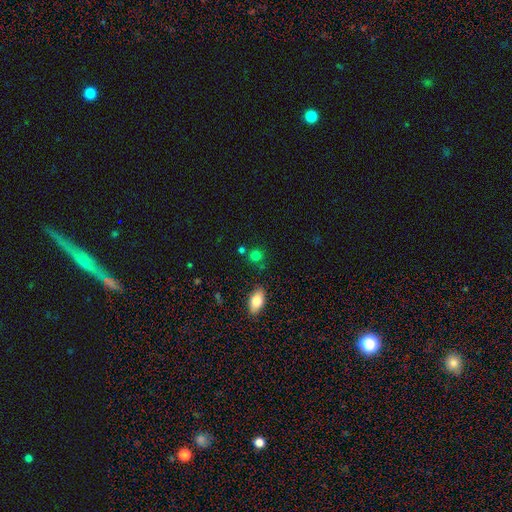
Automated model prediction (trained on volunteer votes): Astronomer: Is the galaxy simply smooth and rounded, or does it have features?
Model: smooth — 79%.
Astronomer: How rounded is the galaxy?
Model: round — 82%.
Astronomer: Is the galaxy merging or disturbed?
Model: none — 76%.